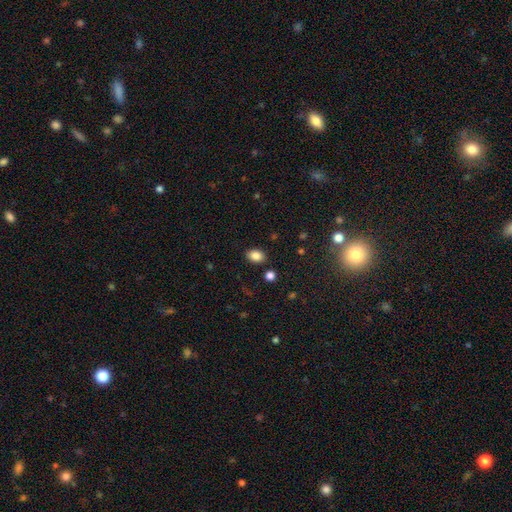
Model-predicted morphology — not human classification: Smooth or featured: smooth — 85% (star or artifact — 10%)
How rounded: in between — 75% (round — 24%)
Merging: none — 86% (minor disturbance — 9%)